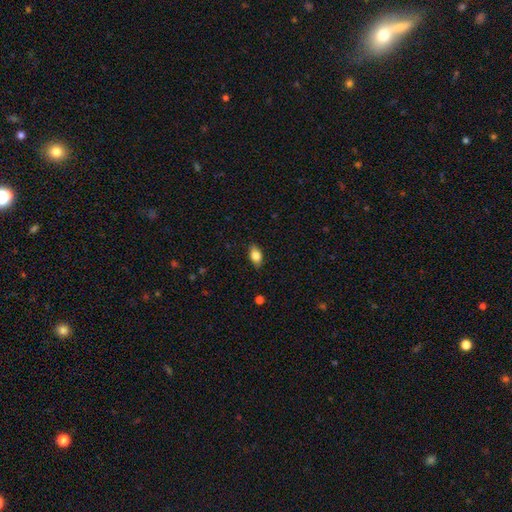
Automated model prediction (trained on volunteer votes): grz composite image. It shows a smooth galaxy with no disk features (80%) that is in between round and cigar-shaped (86%). Merging: none (84%).